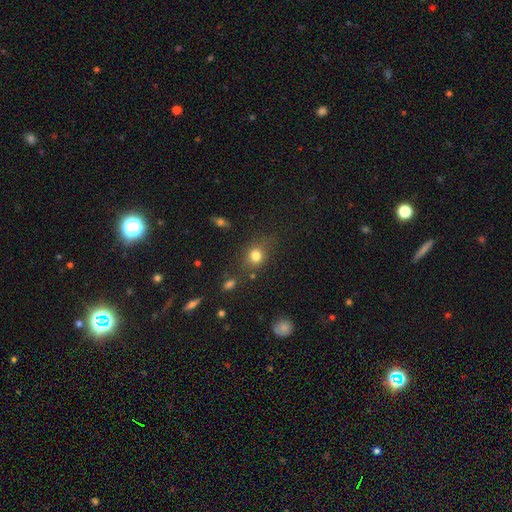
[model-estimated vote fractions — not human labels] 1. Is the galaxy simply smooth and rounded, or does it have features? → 77% smooth, 14% star or artifact, 8% featured or disk.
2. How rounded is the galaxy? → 68% round, 31% in between, 1% cigar-shaped.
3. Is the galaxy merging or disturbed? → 72% none, 16% minor disturbance, 6% major disturbance, 5% merger.